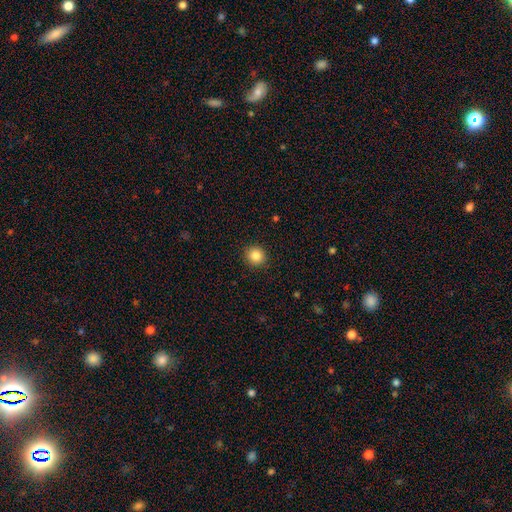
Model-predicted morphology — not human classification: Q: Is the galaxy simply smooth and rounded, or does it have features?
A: smooth — 86%.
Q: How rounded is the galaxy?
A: round — 92%.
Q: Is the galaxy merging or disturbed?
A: none — 92%.